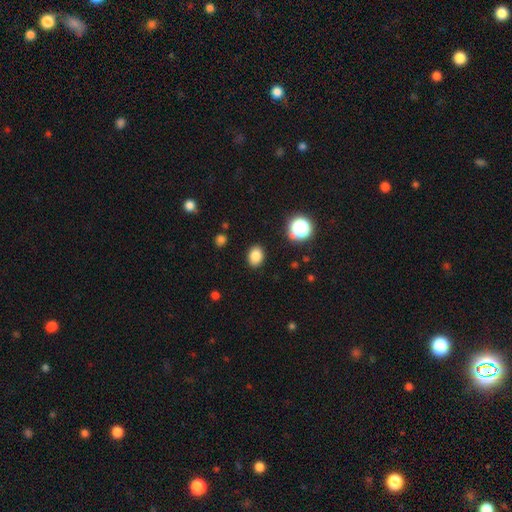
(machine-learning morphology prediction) The model was most divided on "how rounded": in between: 67%, round: 32%, cigar-shaped: 1%. More confident: merging — none (88%); smooth or featured — smooth (83%).